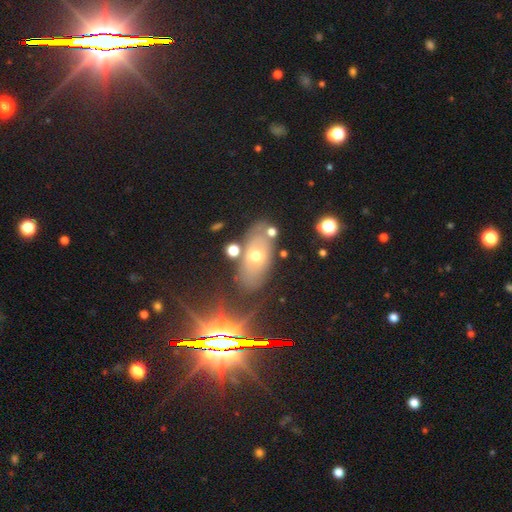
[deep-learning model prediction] Smooth or featured: smooth — 42% (featured or disk — 41%)
Merging: none — 73% (minor disturbance — 14%)